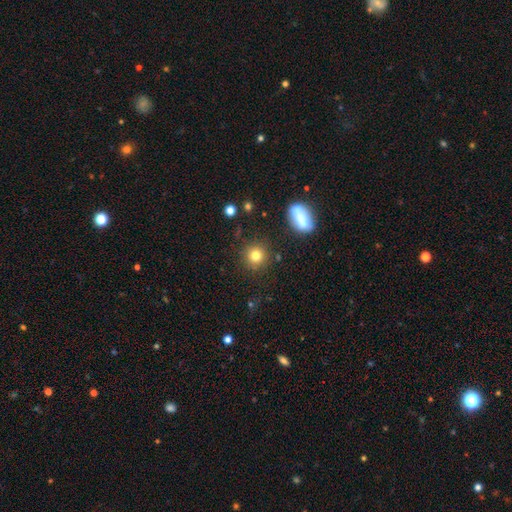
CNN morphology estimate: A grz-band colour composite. It shows a smooth galaxy with no disk features (79%) that is round (91%). Merging: none (86%).